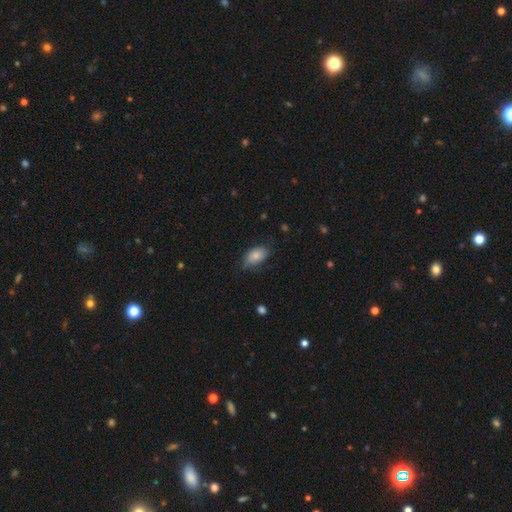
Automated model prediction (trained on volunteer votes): Morphology: type=smooth (81%); roundness=in between (91%); merging=none (63%).